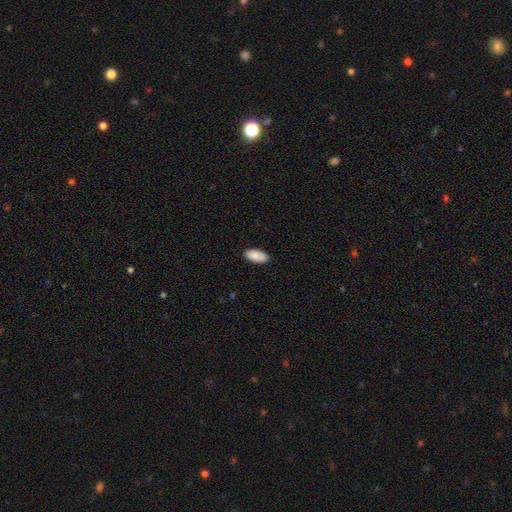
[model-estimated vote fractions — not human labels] Smooth or featured? smooth (90%)
How rounded? in between (94%)
Merging? none (88%)